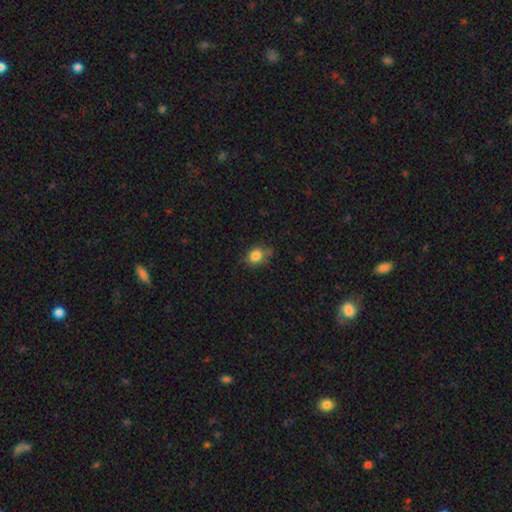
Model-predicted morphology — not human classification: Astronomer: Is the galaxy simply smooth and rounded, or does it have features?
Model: smooth — 83%.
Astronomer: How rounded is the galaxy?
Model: round — 54% (runner-up: in between, 45%).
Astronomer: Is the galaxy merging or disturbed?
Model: none — 68%.